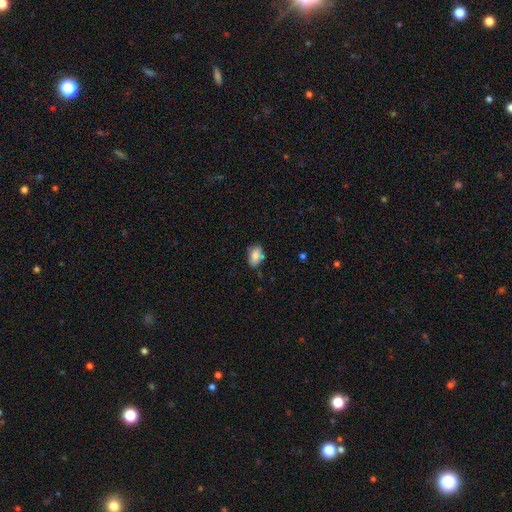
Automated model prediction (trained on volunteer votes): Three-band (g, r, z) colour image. It shows a smooth galaxy with no disk features (81%) that is in between round and cigar-shaped (85%). Merging: none (64%).